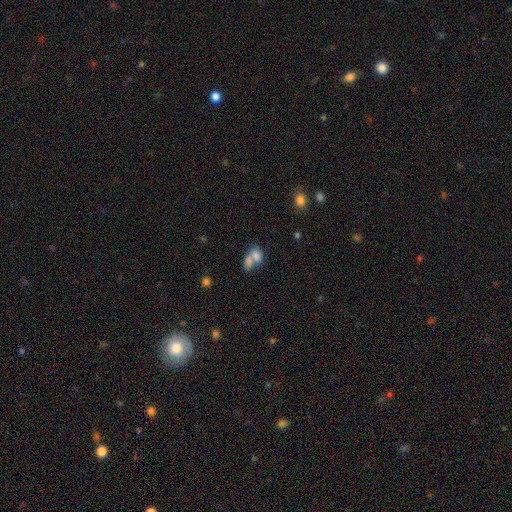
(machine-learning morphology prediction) smooth-or-featured: smooth: 74% | featured or disk: 16% | star or artifact: 10%
  how-rounded: in between: 80% | round: 18% | cigar-shaped: 2%
  merging: merger: 68% | none: 19% | minor disturbance: 7% | major disturbance: 5%